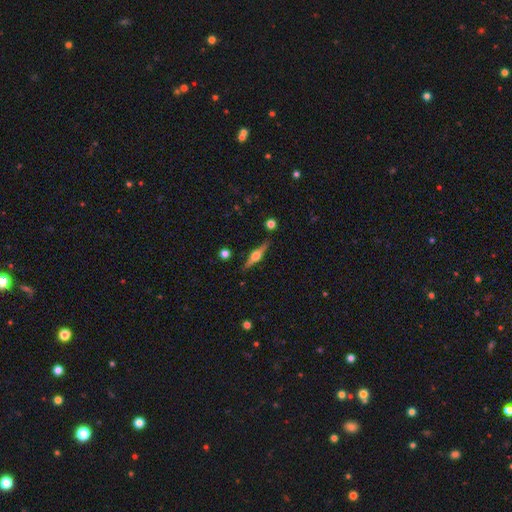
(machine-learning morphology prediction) Smooth or featured?
  - featured or disk: 72% *
  - smooth: 22%
  - star or artifact: 6%
Edge-on disk?
  - yes: 97% *
  - no: 3%
Edge-on bulge?
  - rounded: 93% *
  - boxy: 5%
  - none: 2%
Merging?
  - none: 87% *
  - minor disturbance: 9%
  - merger: 2%
  - major disturbance: 2%